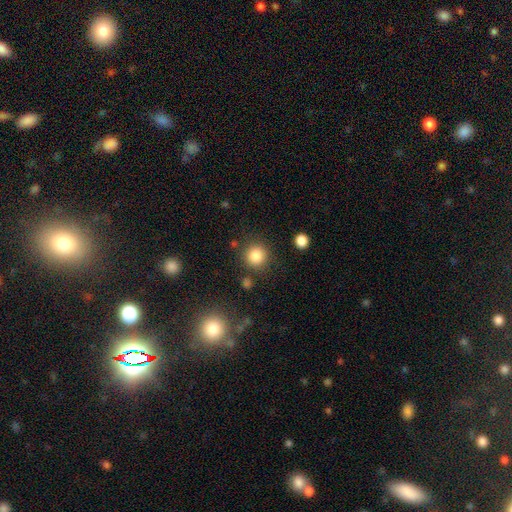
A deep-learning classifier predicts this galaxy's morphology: Smooth or featured? smooth (85%)
How rounded? round (93%)
Merging? none (85%)